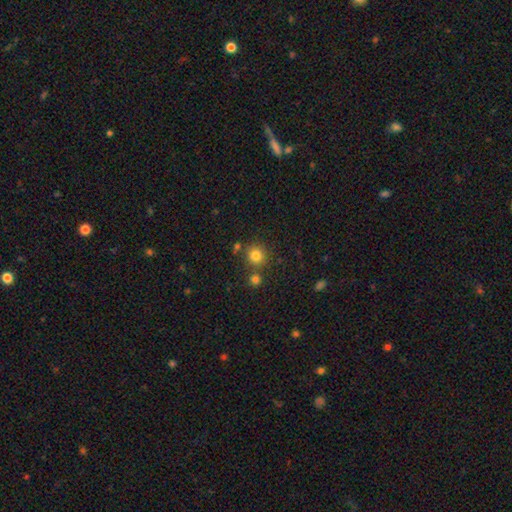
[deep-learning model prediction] This appears to be a smooth galaxy with no disk features (80%) that is round (91%). Merging: none (77%).